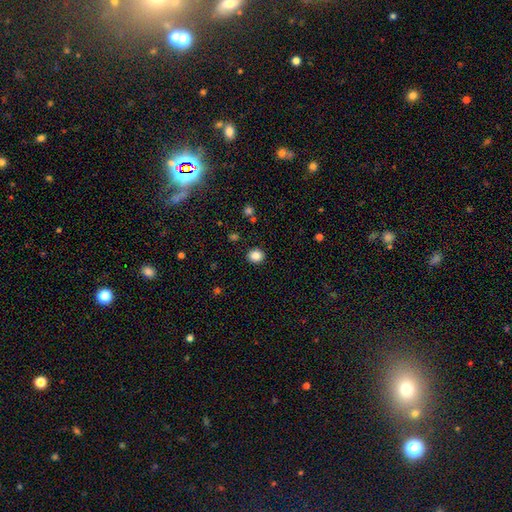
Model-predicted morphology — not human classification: This is clearly a smooth galaxy (85%). How rounded: likely round (79%). Merging: clearly none (91%).